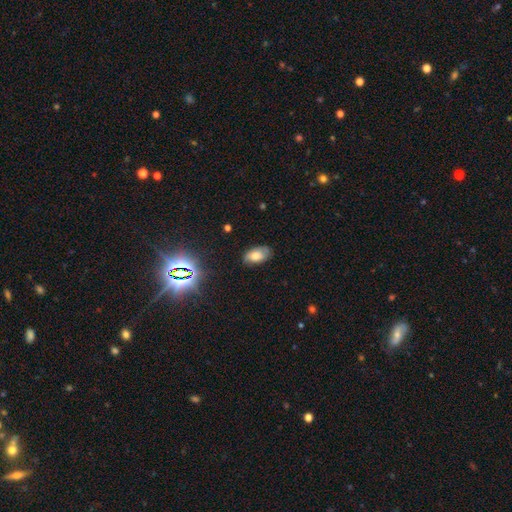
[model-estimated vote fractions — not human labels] Smooth or featured? smooth (69%)
How rounded? in between (93%)
Merging? none (76%)